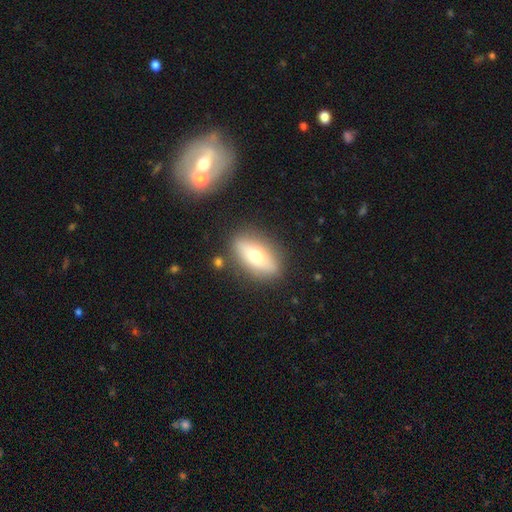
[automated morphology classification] Q: Smooth or featured?
A: smooth (57%); runner-up: featured or disk (35%)
Q: How rounded?
A: in between (77%); runner-up: cigar-shaped (17%)
Q: Merging?
A: none (83%); runner-up: minor disturbance (11%)